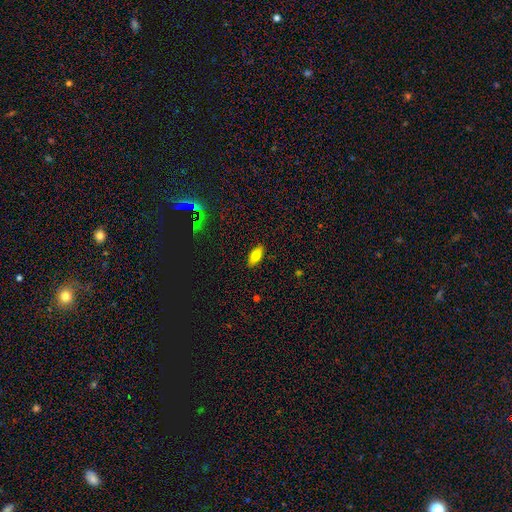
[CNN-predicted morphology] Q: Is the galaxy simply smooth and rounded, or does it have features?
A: smooth — 76%.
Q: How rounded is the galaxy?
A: in between — 82%.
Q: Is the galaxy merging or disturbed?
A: none — 88%.